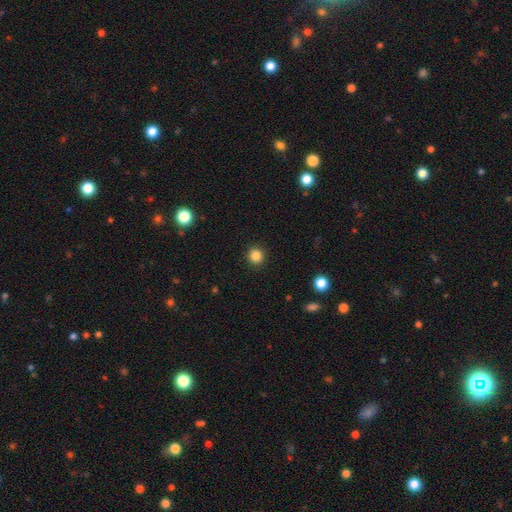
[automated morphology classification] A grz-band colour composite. It shows a smooth galaxy with no disk features (84%) that is round (94%). Merging: none (92%).